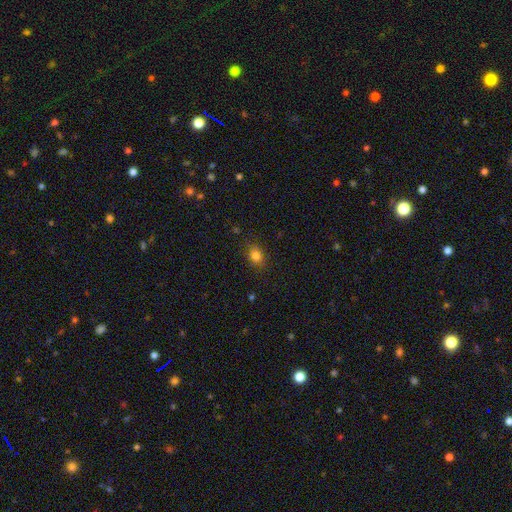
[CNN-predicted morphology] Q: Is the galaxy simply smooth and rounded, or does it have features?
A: smooth — 81%.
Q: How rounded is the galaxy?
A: in between — 52%.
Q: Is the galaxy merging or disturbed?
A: none — 84%.